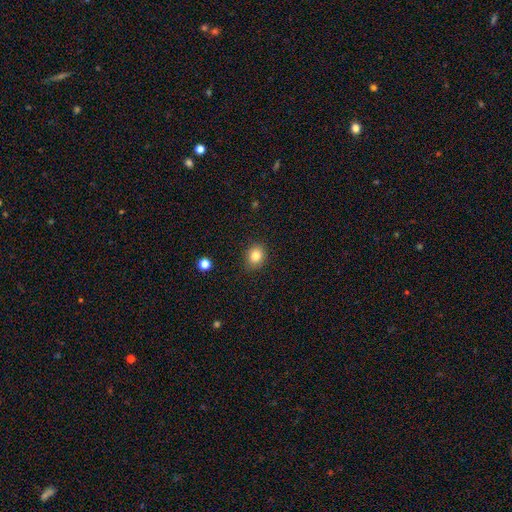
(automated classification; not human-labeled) Overall: smooth (83%). How rounded: round (64%; in between 35%). Merging: none (87%).